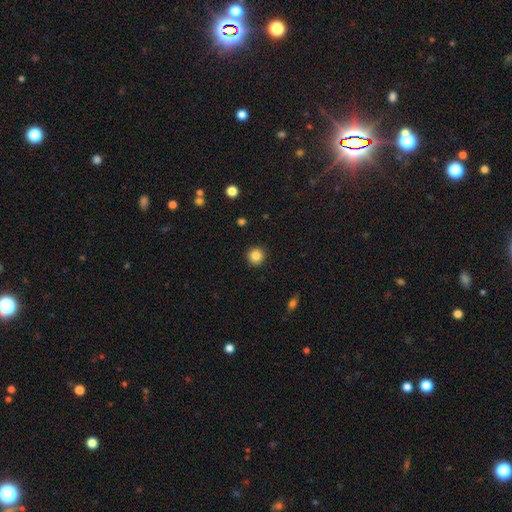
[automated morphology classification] A smooth galaxy with no disk features (85%) that is round (94%). Merging: none (92%).